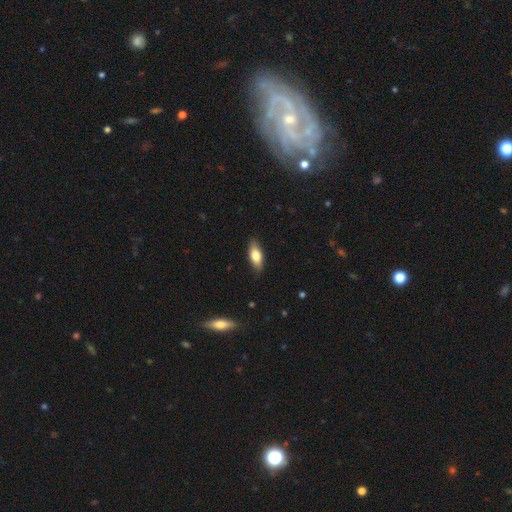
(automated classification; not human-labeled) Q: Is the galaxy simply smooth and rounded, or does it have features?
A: smooth — 75%.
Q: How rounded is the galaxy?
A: in between — 76%.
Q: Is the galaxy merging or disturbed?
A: none — 86%.